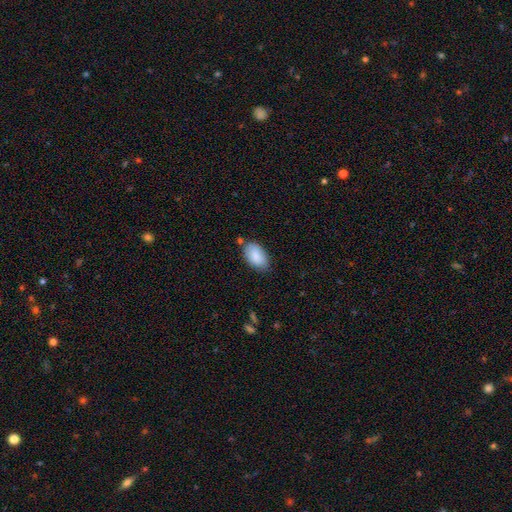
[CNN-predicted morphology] smooth_or_featured: smooth (p=0.87) [alt: featured or disk p=0.07]
how_rounded: in between (p=0.94) [alt: round p=0.05]
merging: none (p=0.71) [alt: minor disturbance p=0.21]